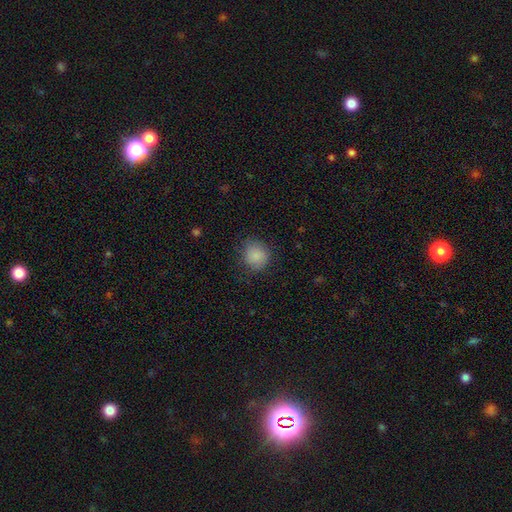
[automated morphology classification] A smooth galaxy with no disk features (86%) that is round (85%).

Vote fractions:
- Smooth or featured? smooth: 86% / star or artifact: 9% / featured or disk: 6%
- How rounded? round: 85% / in between: 14% / cigar-shaped: 1%
- Merging? none: 77% / minor disturbance: 17% / major disturbance: 5% / merger: 1%